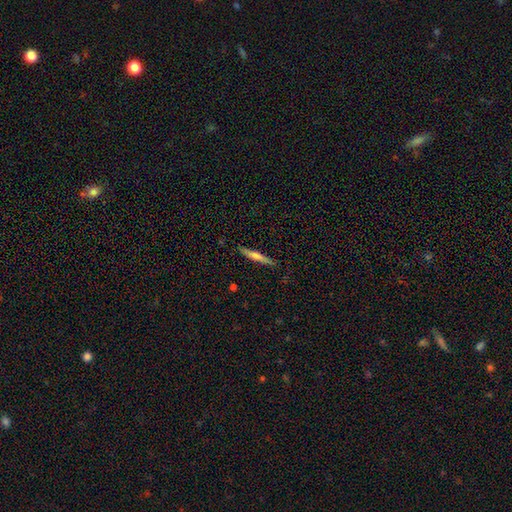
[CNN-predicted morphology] A featured or disk galaxy (49%). Merging: none (88%).